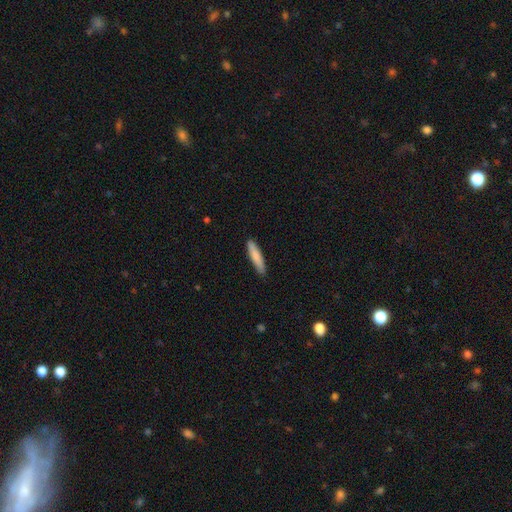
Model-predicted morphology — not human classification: A smooth galaxy with no disk features (82%) that is cigar-shaped (86%).

Vote fractions:
- Smooth or featured? smooth: 82% / featured or disk: 12% / star or artifact: 5%
- How rounded? cigar-shaped: 86% / in between: 13% / round: 1%
- Merging? none: 88% / minor disturbance: 9% / major disturbance: 2% / merger: 1%